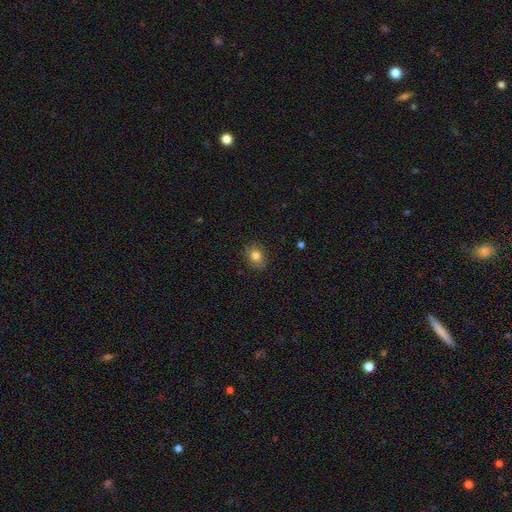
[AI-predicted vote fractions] This appears to be a smooth galaxy with no disk features (80%) that is round (55%). Merging: none (85%).